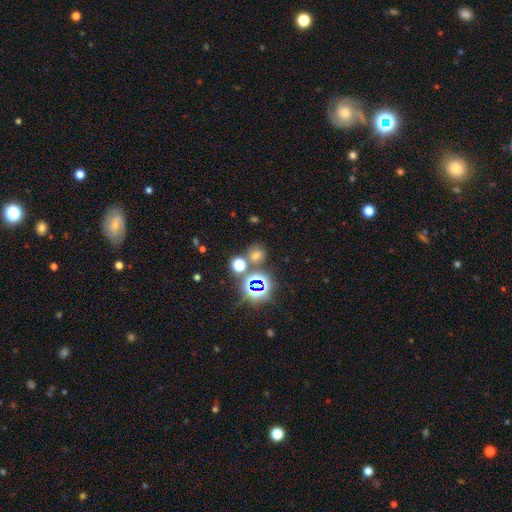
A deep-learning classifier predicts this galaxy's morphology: This is possibly a smooth galaxy (49%). Merging: likely none (72%).